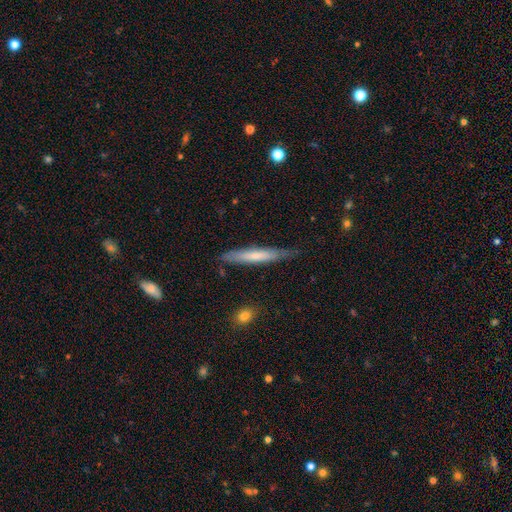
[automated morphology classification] Smooth or featured? Predicted: smooth (p=0.55). How rounded? Predicted: cigar-shaped (p=0.93). Merging? Predicted: none (p=0.78).